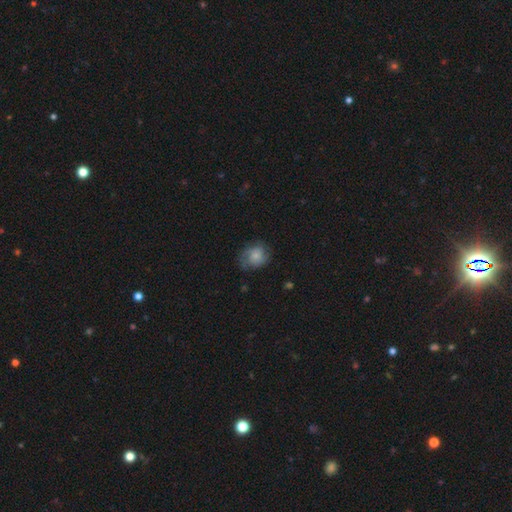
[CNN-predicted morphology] Smooth or featured? smooth (61%)
How rounded? round (66%)
Merging? none (64%)